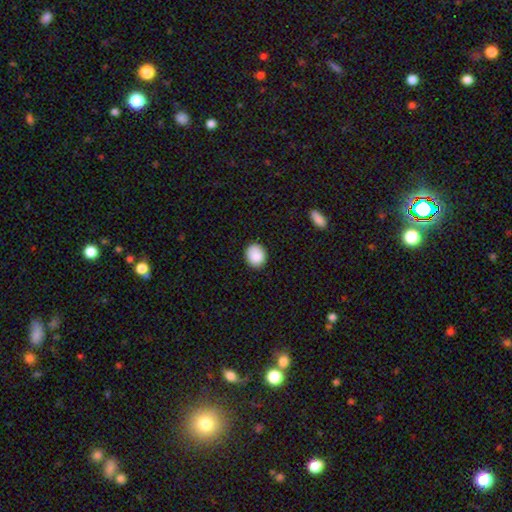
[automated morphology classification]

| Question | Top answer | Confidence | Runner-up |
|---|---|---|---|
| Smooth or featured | smooth | 88% | star or artifact (8%) |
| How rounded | round | 68% | in between (31%) |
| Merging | none | 88% | minor disturbance (9%) |